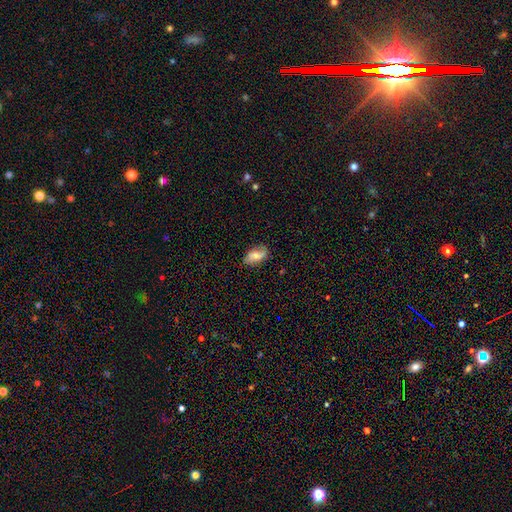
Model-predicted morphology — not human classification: Smooth or featured?
  - featured or disk: 47% *
  - smooth: 45%
  - star or artifact: 8%
Merging?
  - none: 76% *
  - minor disturbance: 18%
  - major disturbance: 4%
  - merger: 1%